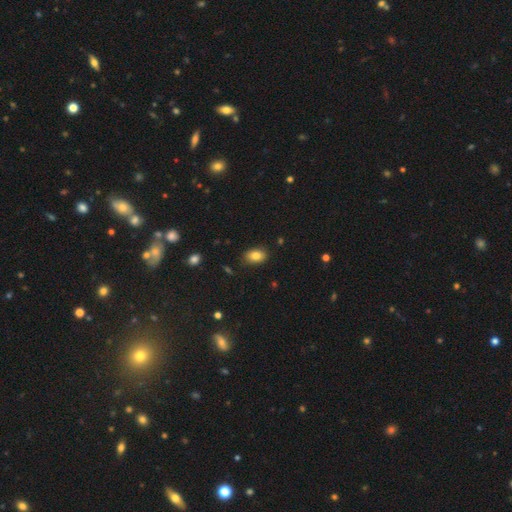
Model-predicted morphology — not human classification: This is clearly a smooth galaxy (84%). How rounded: clearly in between (85%). Merging: clearly none (84%).